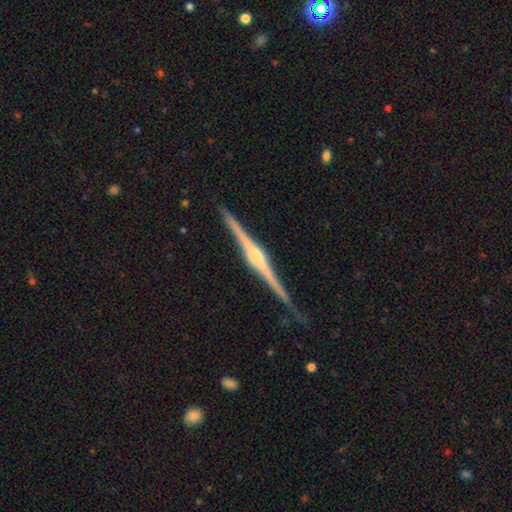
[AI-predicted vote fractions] Smooth or featured: featured or disk — 88% (smooth — 8%)
Edge-on disk: yes — 99% (no — 1%)
Edge-on bulge: rounded — 69% (boxy — 21%)
Merging: none — 88% (minor disturbance — 9%)